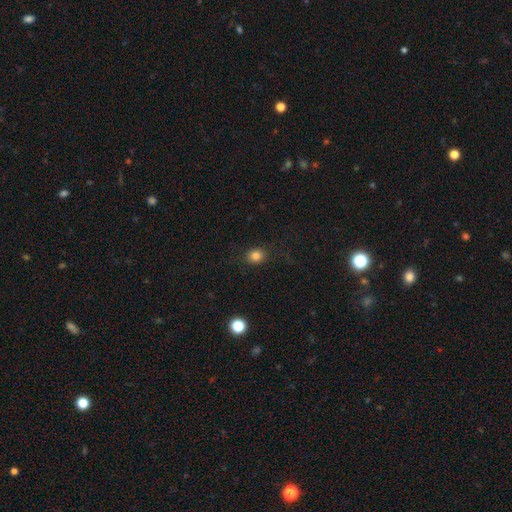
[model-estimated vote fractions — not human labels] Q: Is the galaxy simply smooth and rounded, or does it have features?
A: smooth — 82%.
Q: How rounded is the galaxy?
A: round — 71%.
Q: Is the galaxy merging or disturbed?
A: none — 86%.